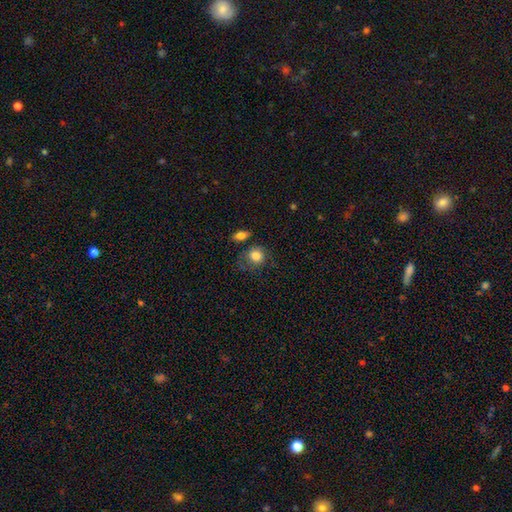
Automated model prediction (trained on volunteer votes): smooth-or-featured: smooth: 82% | featured or disk: 10% | star or artifact: 8%
  how-rounded: round: 73% | in between: 26% | cigar-shaped: 1%
  merging: none: 57% | minor disturbance: 23% | major disturbance: 12% | merger: 9%